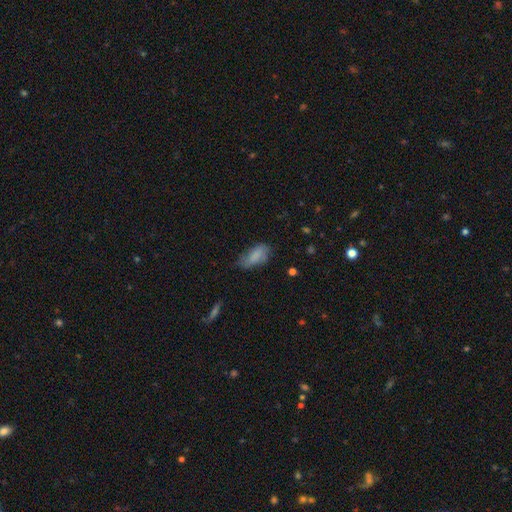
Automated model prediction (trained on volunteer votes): Morphology: type=smooth (79%); roundness=in between (89%); merging=none (52%).